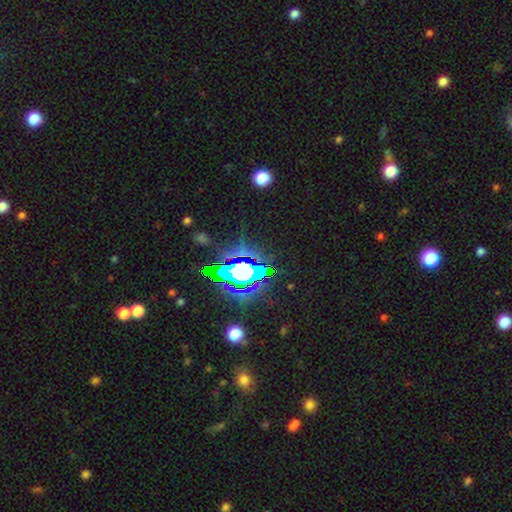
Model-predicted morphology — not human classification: Overall: star or artifact (81%).